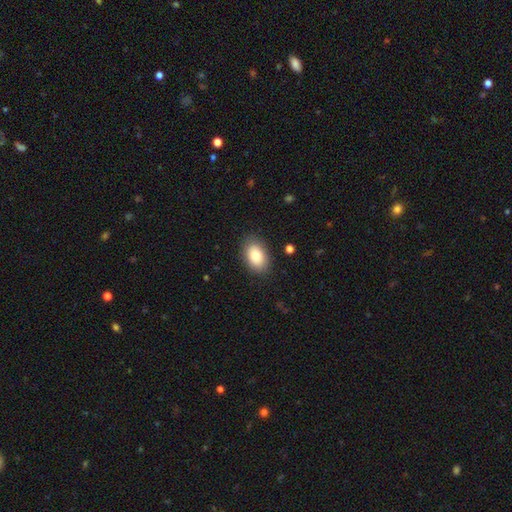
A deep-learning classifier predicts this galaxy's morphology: smooth-or-featured: smooth: 84% | featured or disk: 9% | star or artifact: 7%
  how-rounded: in between: 90% | round: 9% | cigar-shaped: 1%
  merging: none: 86% | minor disturbance: 10% | major disturbance: 3% | merger: 1%